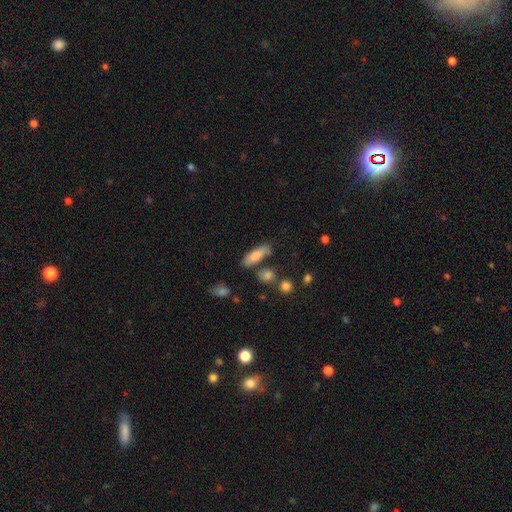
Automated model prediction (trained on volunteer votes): Smooth or featured? Predicted: smooth (p=0.77). How rounded? Predicted: in between (p=0.59). Merging? Predicted: none (p=0.66).